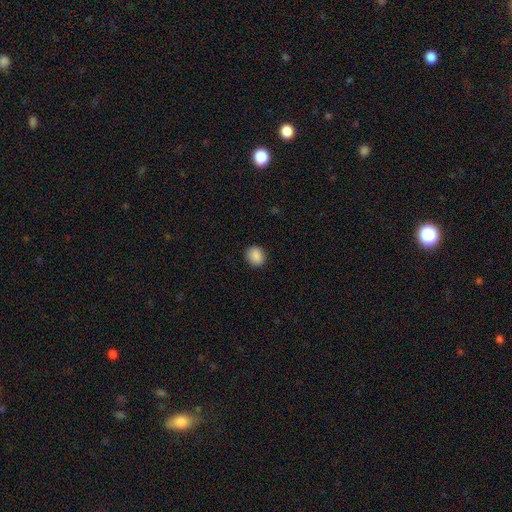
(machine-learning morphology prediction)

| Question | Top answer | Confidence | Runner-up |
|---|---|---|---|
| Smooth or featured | smooth | 89% | star or artifact (8%) |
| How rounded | round | 69% | in between (30%) |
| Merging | none | 89% | minor disturbance (8%) |